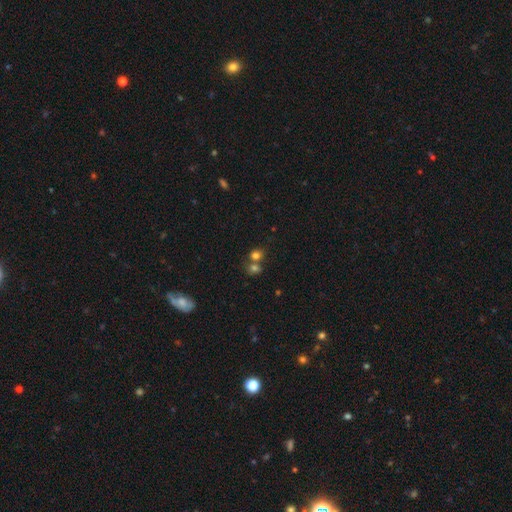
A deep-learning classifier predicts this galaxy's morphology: smooth 76%, star or artifact 15%, featured or disk 9%. Down the decision tree: how rounded — round (63%); merging — merger (47%).